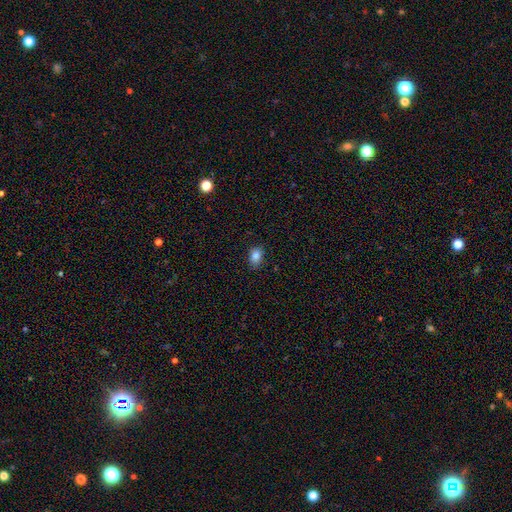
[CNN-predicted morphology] Smooth or featured? smooth (85%)
How rounded? in between (78%)
Merging? none (81%)